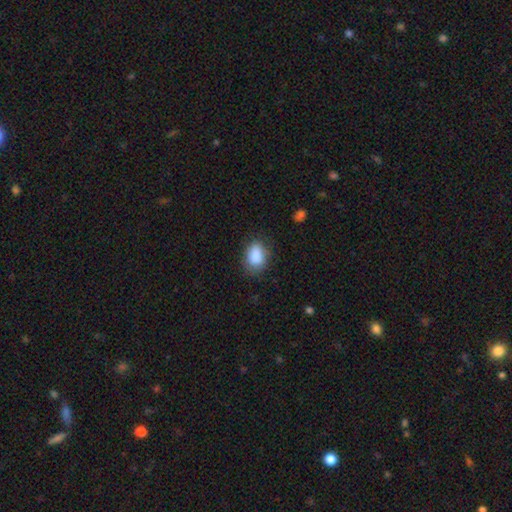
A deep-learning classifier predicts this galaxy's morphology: Smooth or featured? Predicted: smooth (p=0.88). How rounded? Predicted: in between (p=0.79). Merging? Predicted: none (p=0.75).